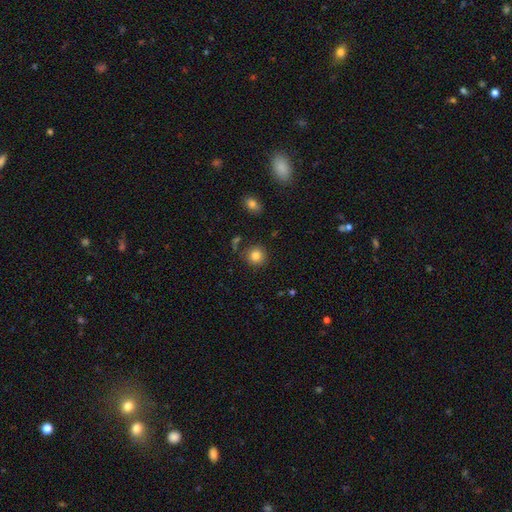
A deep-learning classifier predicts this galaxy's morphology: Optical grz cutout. It shows a smooth galaxy with no disk features (82%) that is round (91%). Merging: none (83%).